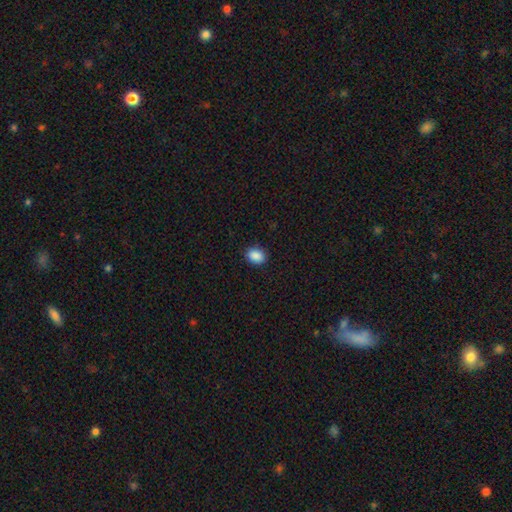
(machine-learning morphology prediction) Smooth or featured: smooth — 89% (star or artifact — 8%)
How rounded: in between — 71% (round — 28%)
Merging: none — 89% (minor disturbance — 8%)